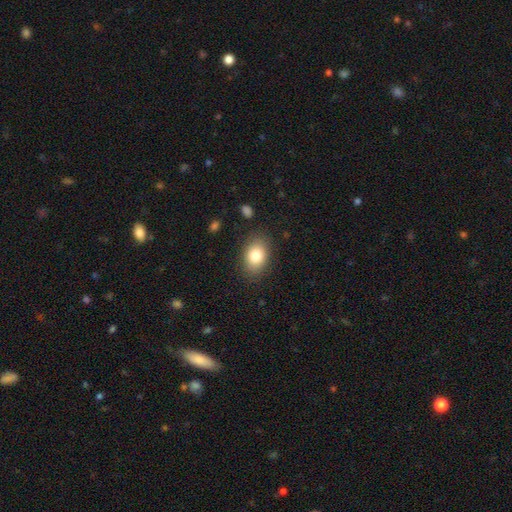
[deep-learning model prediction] Smooth or featured? smooth (82%)
How rounded? in between (80%)
Merging? none (84%)